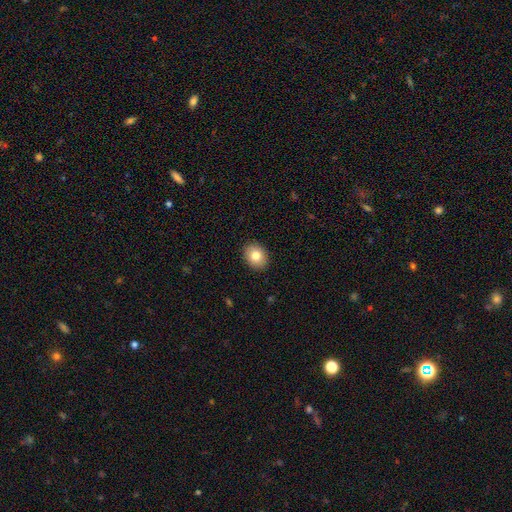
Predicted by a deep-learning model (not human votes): A smooth galaxy with no disk features (81%) that is in between round and cigar-shaped (50%). Merging: none (91%).